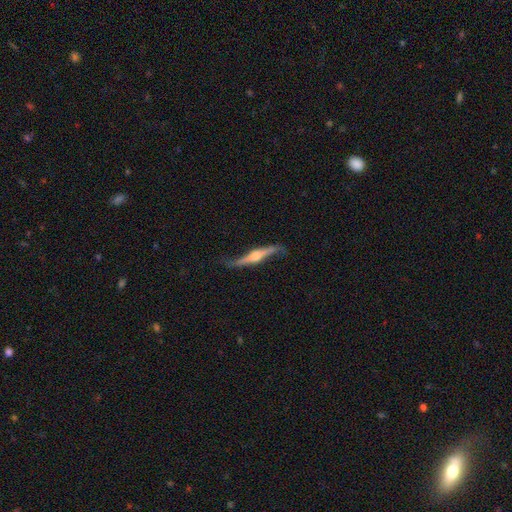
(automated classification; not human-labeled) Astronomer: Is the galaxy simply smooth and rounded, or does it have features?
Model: featured or disk — 83%.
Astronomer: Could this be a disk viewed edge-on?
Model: yes — 83%.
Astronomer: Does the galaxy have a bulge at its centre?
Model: rounded — 90%.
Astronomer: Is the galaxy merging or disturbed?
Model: none — 69%.